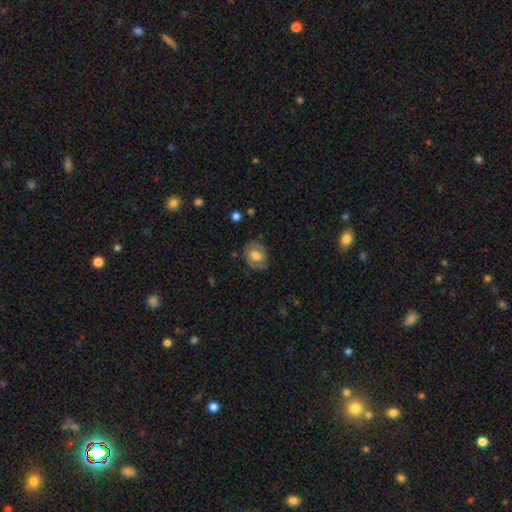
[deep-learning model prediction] Smooth or featured? Predicted: smooth (p=0.54). How rounded? Predicted: in between (p=0.52). Merging? Predicted: none (p=0.75).